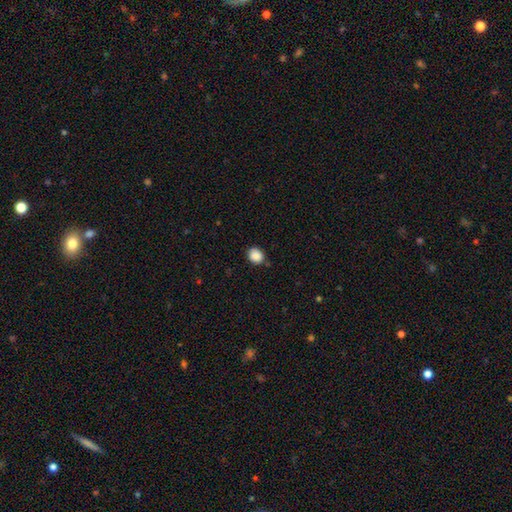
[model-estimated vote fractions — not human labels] smooth_or_featured: smooth (p=0.88) [alt: star or artifact p=0.09]
how_rounded: round (p=0.66) [alt: in between p=0.34]
merging: none (p=0.84) [alt: minor disturbance p=0.12]